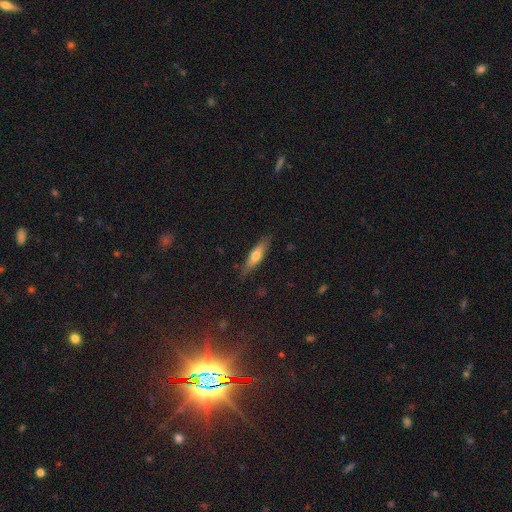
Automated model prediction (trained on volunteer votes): A smooth galaxy with no disk features (56%) that is cigar-shaped (74%). Merging: none (85%).